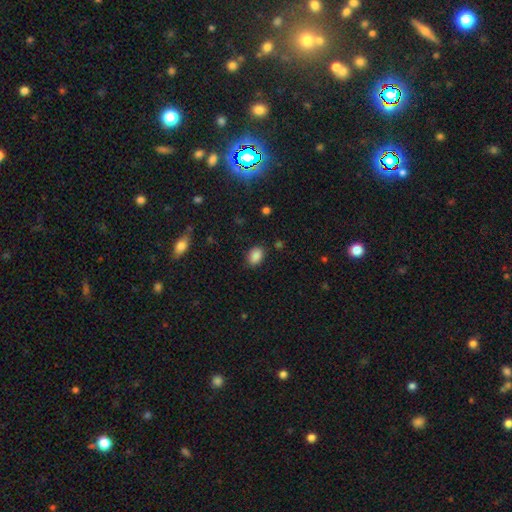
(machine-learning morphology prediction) Overall: smooth (87%). How rounded: in between (80%). Merging: none (84%).